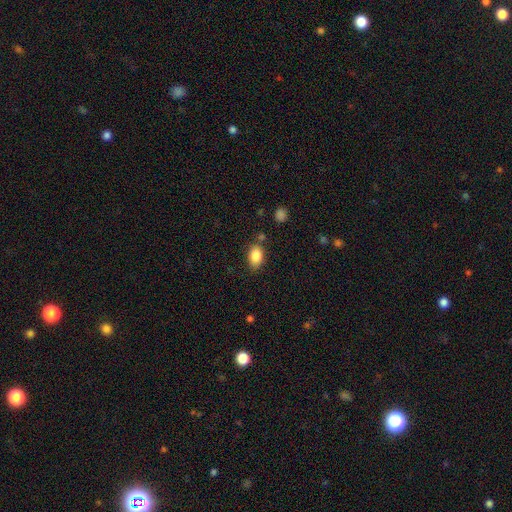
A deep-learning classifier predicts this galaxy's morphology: smooth-or-featured: smooth: 86% | star or artifact: 8% | featured or disk: 6%
  how-rounded: in between: 88% | round: 11% | cigar-shaped: 2%
  merging: none: 76% | minor disturbance: 15% | merger: 6% | major disturbance: 4%